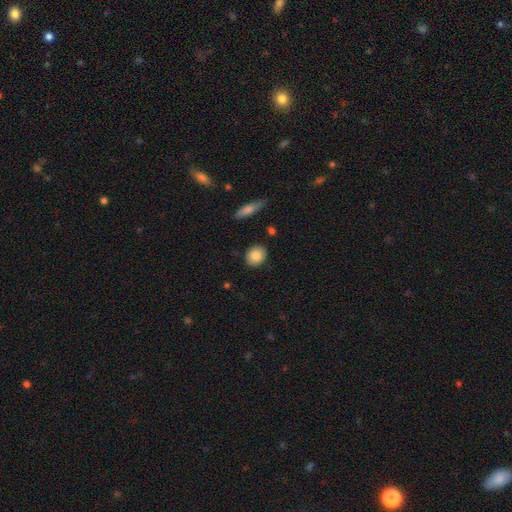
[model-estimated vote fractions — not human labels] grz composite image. It shows a smooth galaxy with no disk features (85%) that is round (58%). Merging: none (88%).